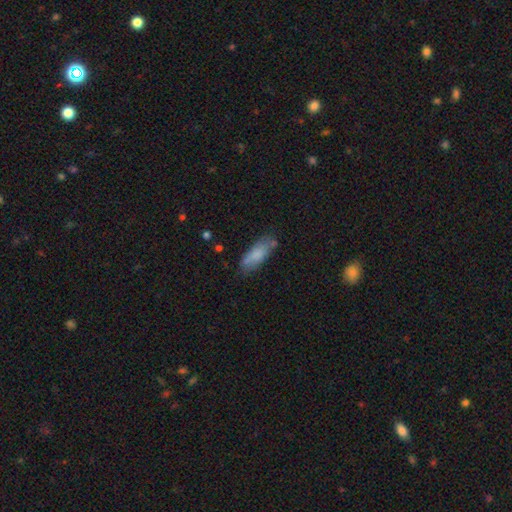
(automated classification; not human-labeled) smooth-or-featured: smooth: 78% | featured or disk: 15% | star or artifact: 7%
  how-rounded: in between: 66% | cigar-shaped: 32% | round: 2%
  merging: none: 65% | minor disturbance: 24% | major disturbance: 6% | merger: 5%